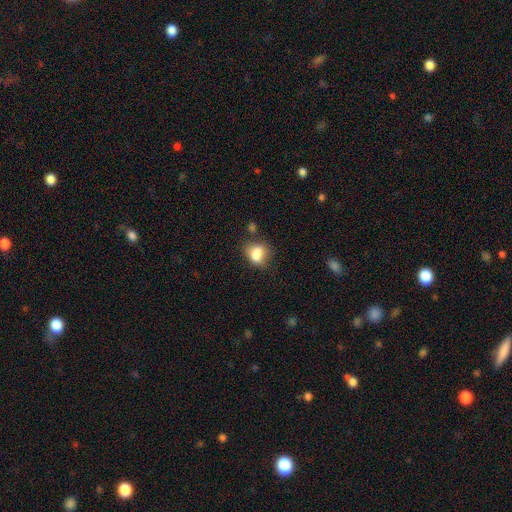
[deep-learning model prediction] smooth-or-featured: smooth: 79% | featured or disk: 11% | star or artifact: 10%
  how-rounded: in between: 61% | round: 37% | cigar-shaped: 2%
  merging: none: 52% | minor disturbance: 24% | merger: 14% | major disturbance: 10%